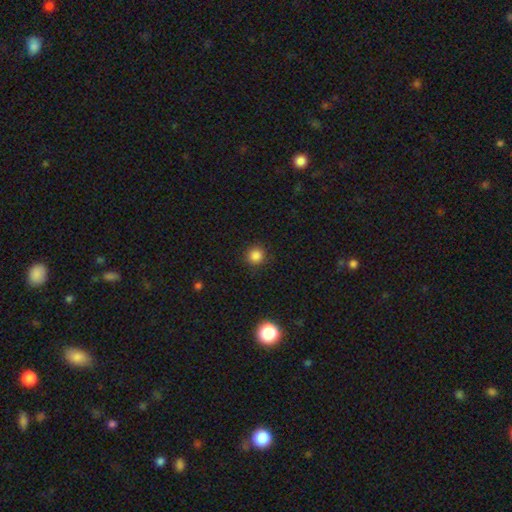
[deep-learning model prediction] Overall: smooth (84%). How rounded: round (94%). Merging: none (91%).